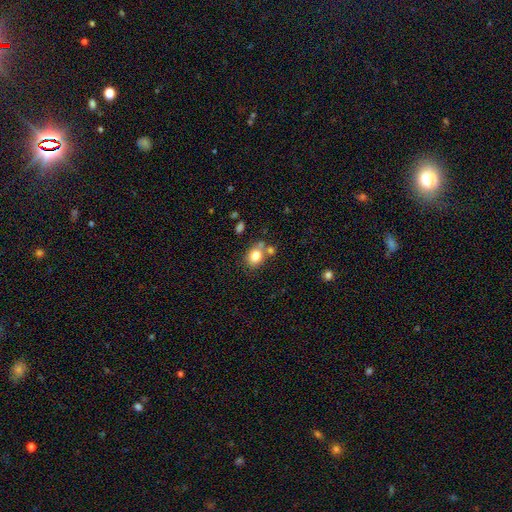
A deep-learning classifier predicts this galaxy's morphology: smooth_or_featured: smooth (p=0.80) [alt: star or artifact p=0.10]
how_rounded: round (p=0.59) [alt: in between p=0.40]
merging: none (p=0.59) [alt: merger p=0.22]